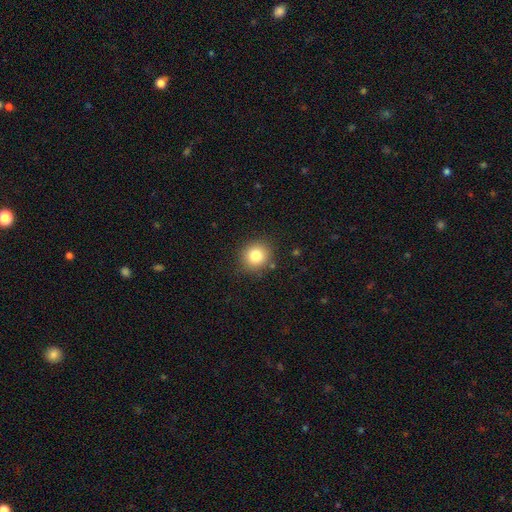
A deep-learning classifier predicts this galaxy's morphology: smooth_or_featured: smooth (p=0.82) [alt: star or artifact p=0.11]
how_rounded: round (p=0.86) [alt: in between p=0.13]
merging: none (p=0.87) [alt: minor disturbance p=0.09]